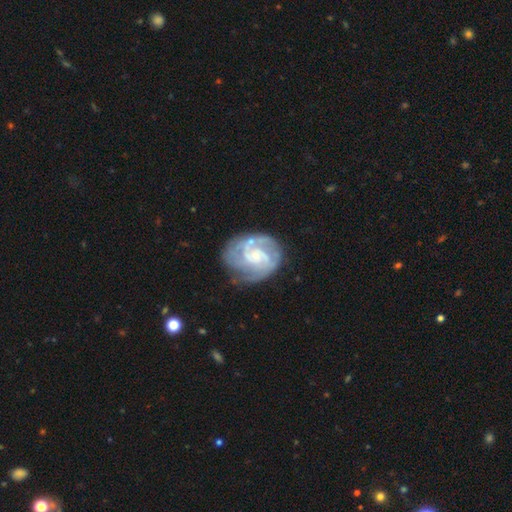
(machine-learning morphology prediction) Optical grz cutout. It shows a featured or disk galaxy (85%) with no bar (62%), 2 (39%) tight (53%) spiral arms (94%) and a small central bulge (72%). Merging: none (63%).